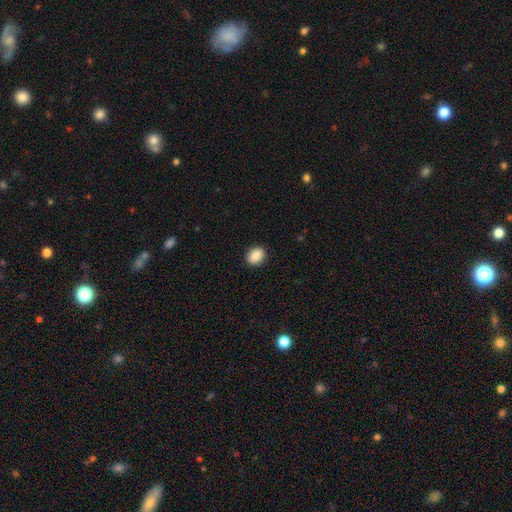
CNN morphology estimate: Q: Smooth or featured?
A: smooth (88%); runner-up: star or artifact (8%)
Q: How rounded?
A: in between (58%); runner-up: round (41%)
Q: Merging?
A: none (91%); runner-up: minor disturbance (7%)